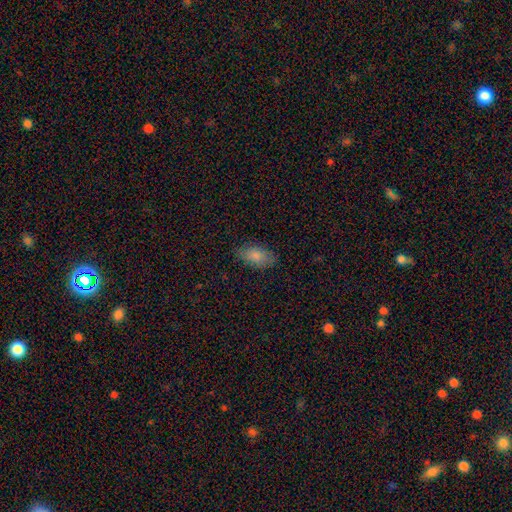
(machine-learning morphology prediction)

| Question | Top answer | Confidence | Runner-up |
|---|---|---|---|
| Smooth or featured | smooth | 84% | featured or disk (9%) |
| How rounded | in between | 93% | round (4%) |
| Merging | none | 82% | minor disturbance (14%) |